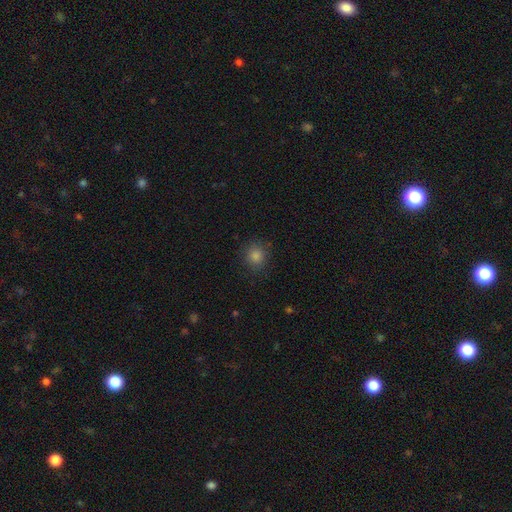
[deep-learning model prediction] Smooth or featured?
  - smooth: 80% *
  - star or artifact: 15%
  - featured or disk: 5%
How rounded?
  - round: 88% *
  - in between: 11%
  - cigar-shaped: 1%
Merging?
  - none: 87% *
  - minor disturbance: 9%
  - major disturbance: 3%
  - merger: 1%